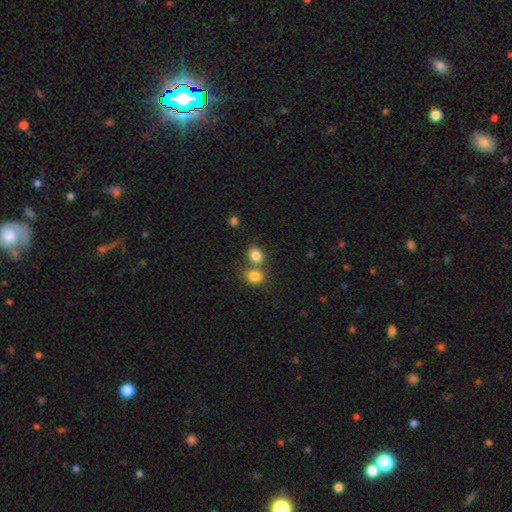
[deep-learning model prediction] Overall: smooth (83%). How rounded: round (60%; in between 39%). Merging: none (49%; merger 39%).